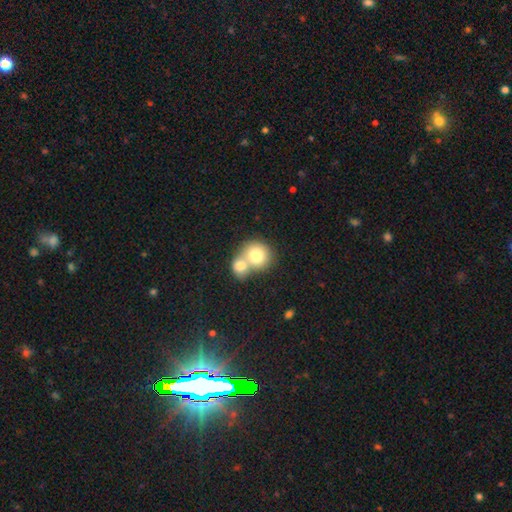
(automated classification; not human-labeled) The model was most divided on "merging": merger: 65%, none: 27%, minor disturbance: 5%, major disturbance: 2%. More confident: how rounded — round (81%); smooth or featured — smooth (76%).